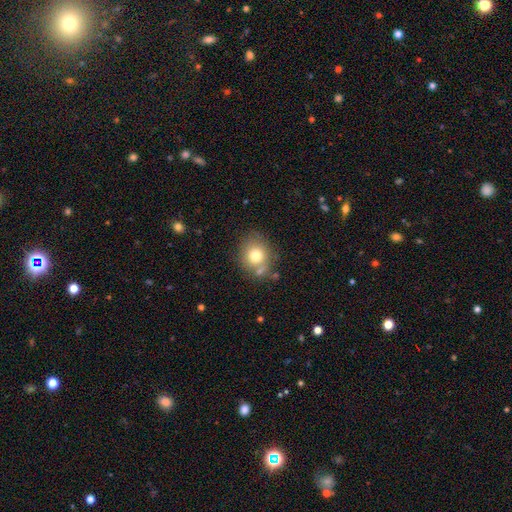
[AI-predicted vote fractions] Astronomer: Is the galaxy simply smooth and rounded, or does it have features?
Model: smooth — 74%.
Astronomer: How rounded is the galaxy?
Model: round — 72%.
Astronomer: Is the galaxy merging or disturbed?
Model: none — 66%.